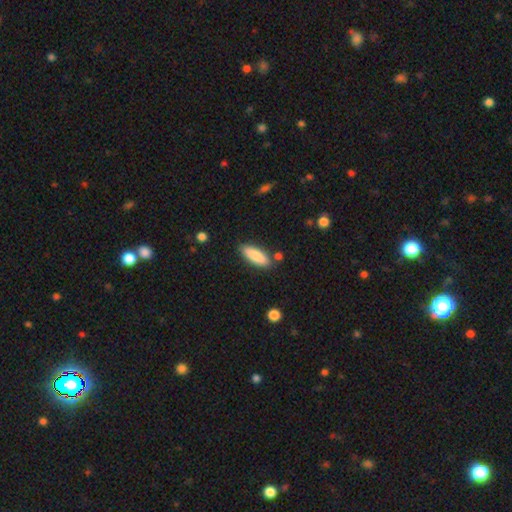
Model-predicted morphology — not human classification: Smooth or featured?
  - smooth: 85% *
  - featured or disk: 9%
  - star or artifact: 6%
How rounded?
  - in between: 56% *
  - cigar-shaped: 42%
  - round: 2%
Merging?
  - none: 83% *
  - minor disturbance: 11%
  - merger: 4%
  - major disturbance: 2%